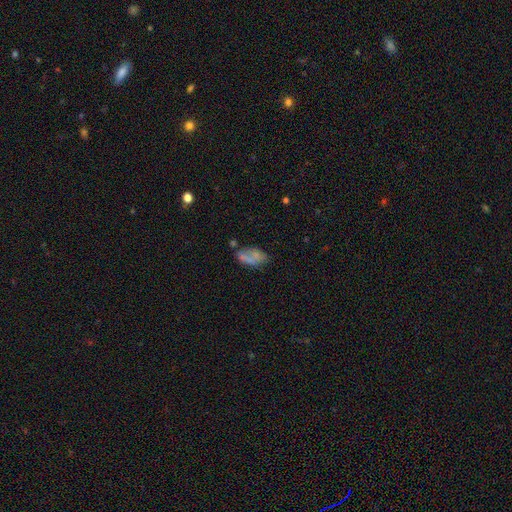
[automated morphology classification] Overall: smooth (59%; featured or disk 28%). How rounded: in between (89%). Merging: none (44%; minor disturbance 24%).